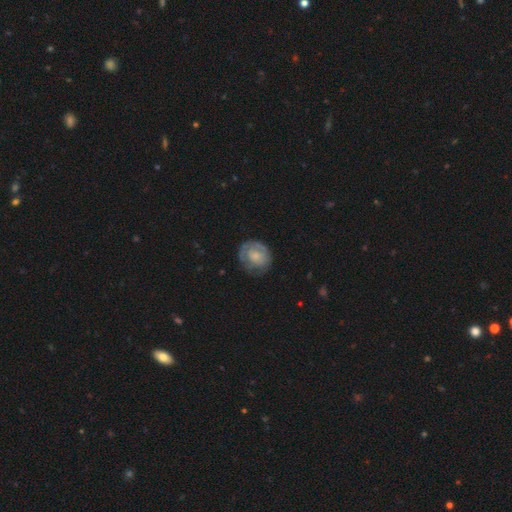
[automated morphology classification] Overall: smooth (48%; featured or disk 46%). Merging: none (64%).